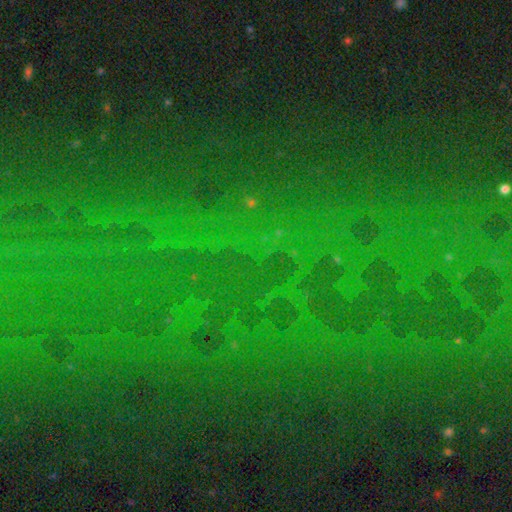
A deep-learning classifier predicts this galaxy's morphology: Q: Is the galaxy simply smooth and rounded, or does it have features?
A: star or artifact — 83%.